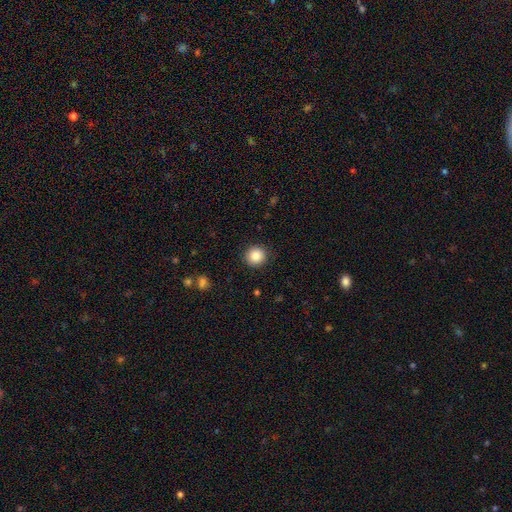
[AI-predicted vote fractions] This is clearly a smooth galaxy (86%). How rounded: clearly round (94%). Merging: clearly none (90%).